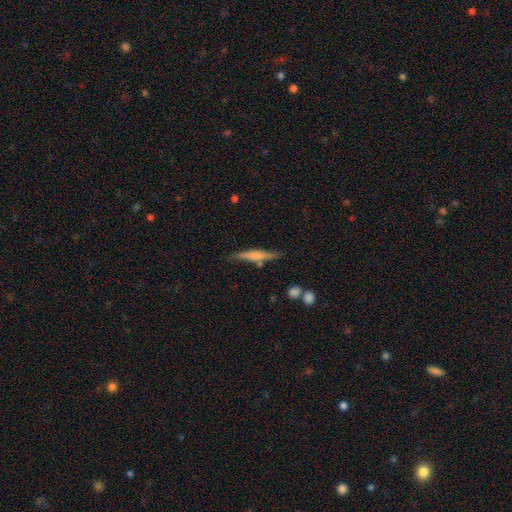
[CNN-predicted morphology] The model was most divided on "smooth or featured": smooth: 49%, featured or disk: 45%, star or artifact: 6%. More confident: merging — none (78%).